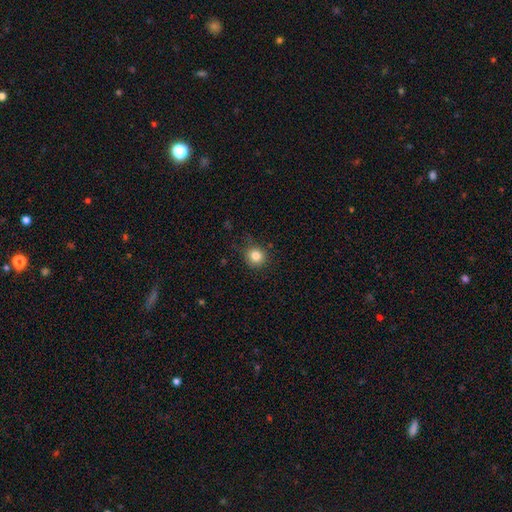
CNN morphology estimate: This appears to be a smooth galaxy with no disk features (82%) that is round (90%). Merging: none (83%).